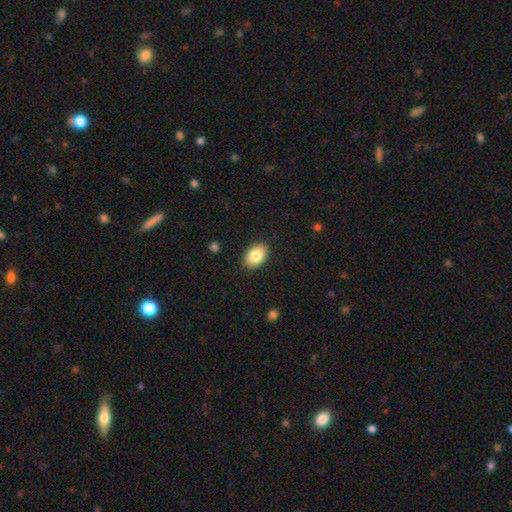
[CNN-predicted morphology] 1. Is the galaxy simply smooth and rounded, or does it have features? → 82% smooth, 11% featured or disk, 7% star or artifact.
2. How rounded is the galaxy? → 88% in between, 11% round, 1% cigar-shaped.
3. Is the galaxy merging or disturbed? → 88% none, 9% minor disturbance, 2% major disturbance, 1% merger.